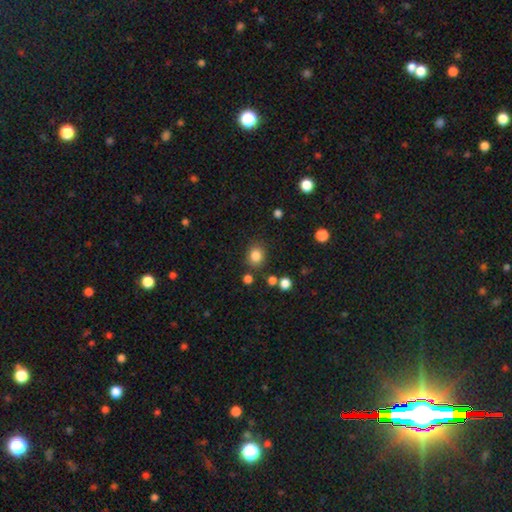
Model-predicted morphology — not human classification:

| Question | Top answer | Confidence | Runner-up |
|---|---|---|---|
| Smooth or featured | smooth | 83% | star or artifact (12%) |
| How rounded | round | 72% | in between (28%) |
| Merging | none | 80% | minor disturbance (11%) |